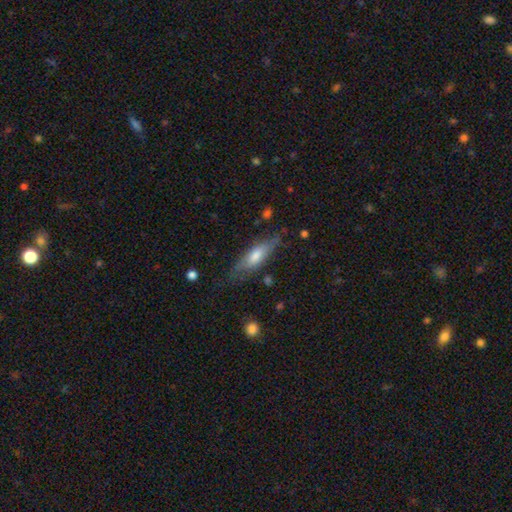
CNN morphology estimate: Smooth or featured? Predicted: smooth (p=0.55). How rounded? Predicted: cigar-shaped (p=0.52). Merging? Predicted: none (p=0.68).